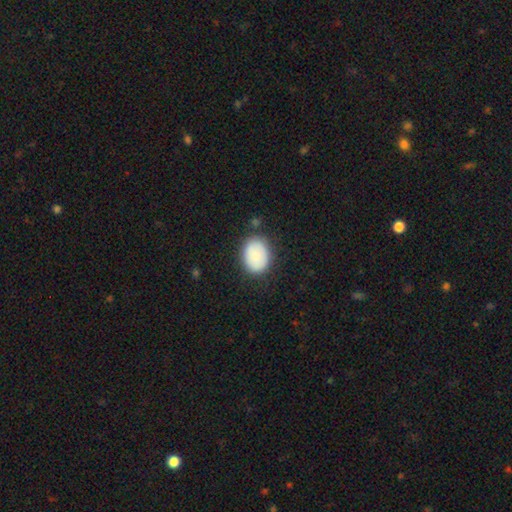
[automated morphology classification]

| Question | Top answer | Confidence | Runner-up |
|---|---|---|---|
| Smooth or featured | smooth | 86% | featured or disk (8%) |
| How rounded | in between | 66% | round (33%) |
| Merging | none | 80% | minor disturbance (14%) |